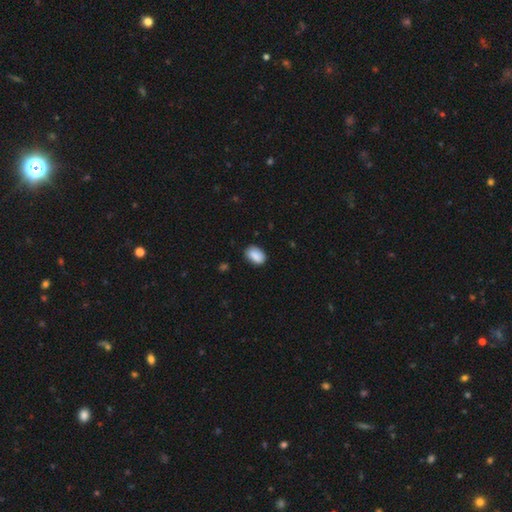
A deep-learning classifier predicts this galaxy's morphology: smooth_or_featured: smooth (p=0.88) [alt: star or artifact p=0.07]
how_rounded: in between (p=0.88) [alt: round p=0.10]
merging: none (p=0.81) [alt: minor disturbance p=0.15]